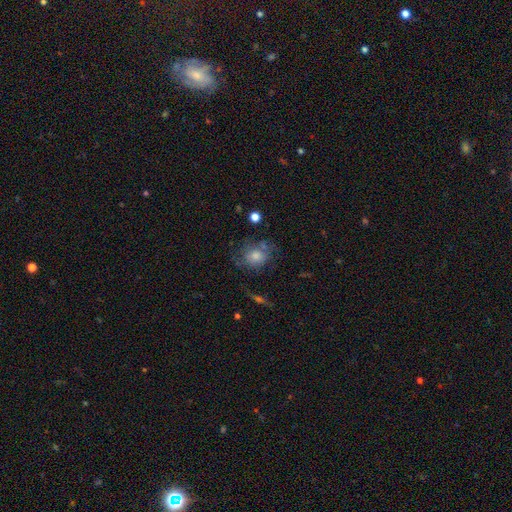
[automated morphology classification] Smooth or featured? Predicted: smooth (p=0.49). Merging? Predicted: none (p=0.61).